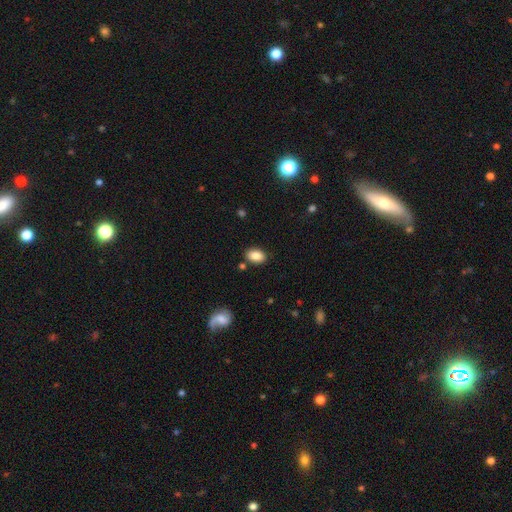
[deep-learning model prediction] This appears to be a smooth galaxy with no disk features (86%) that is in between round and cigar-shaped (87%). Merging: none (83%).